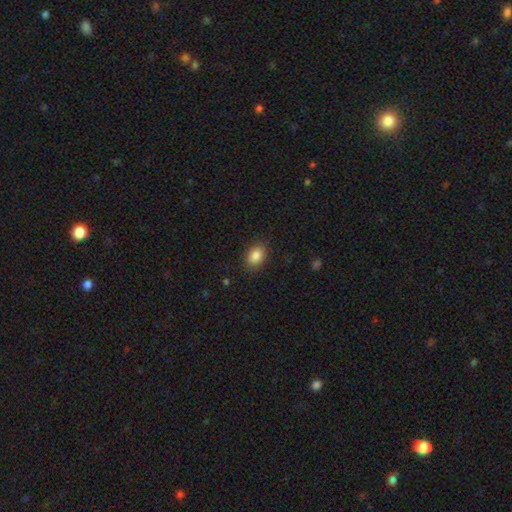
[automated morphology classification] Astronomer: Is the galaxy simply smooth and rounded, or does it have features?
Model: smooth — 87%.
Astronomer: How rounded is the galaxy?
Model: in between — 76%.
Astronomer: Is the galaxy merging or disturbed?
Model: none — 87%.